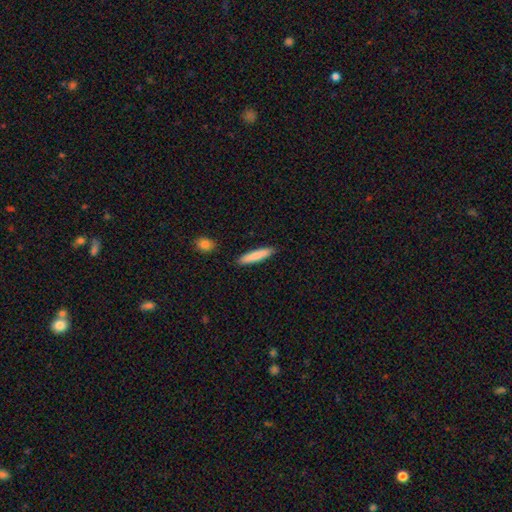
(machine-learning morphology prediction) Q: Smooth or featured?
A: smooth (81%); runner-up: featured or disk (13%)
Q: How rounded?
A: cigar-shaped (87%); runner-up: in between (11%)
Q: Merging?
A: none (90%); runner-up: minor disturbance (7%)